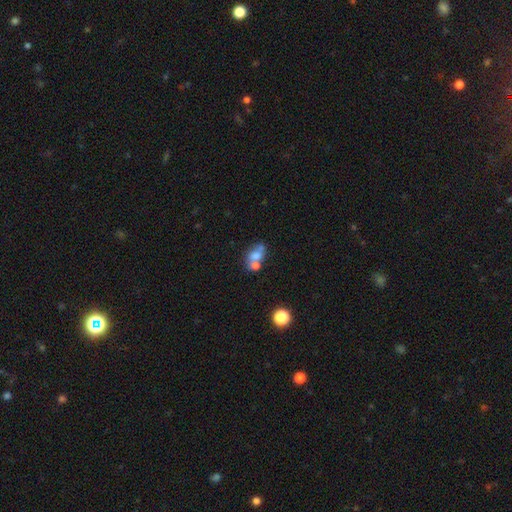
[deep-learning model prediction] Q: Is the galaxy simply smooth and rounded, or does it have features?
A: smooth — 61%.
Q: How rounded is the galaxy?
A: in between — 72%.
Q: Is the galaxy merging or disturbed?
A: merger — 51%.